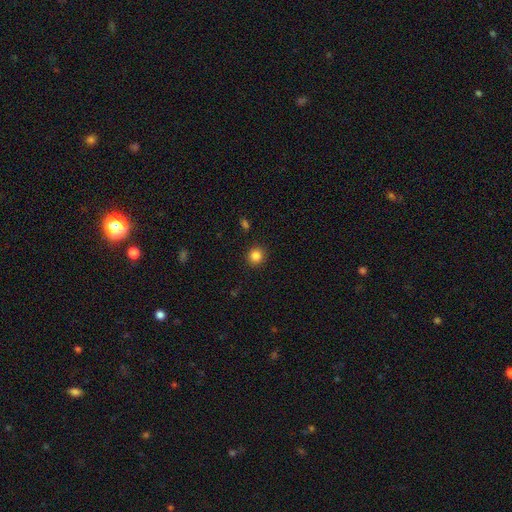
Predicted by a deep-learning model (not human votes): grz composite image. It shows a smooth galaxy with no disk features (85%) that is round (91%). Merging: none (91%).